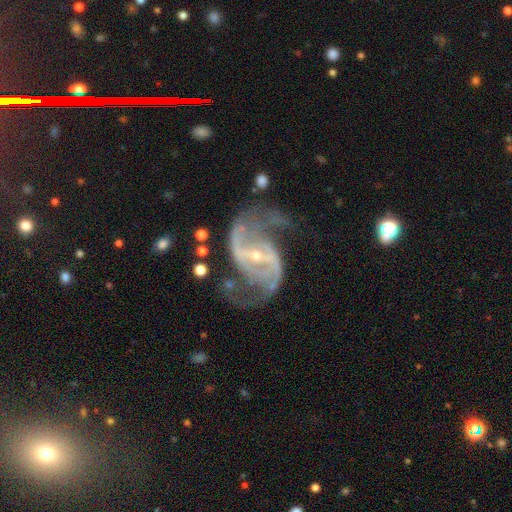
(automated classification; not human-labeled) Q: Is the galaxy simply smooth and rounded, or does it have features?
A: featured or disk — 92%.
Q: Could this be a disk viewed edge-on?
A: no — 97%.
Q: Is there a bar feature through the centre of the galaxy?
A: strong — 58%.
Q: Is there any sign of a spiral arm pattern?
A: yes — 97%.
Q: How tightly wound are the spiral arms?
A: medium — 48%.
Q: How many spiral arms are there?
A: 2 — 90%.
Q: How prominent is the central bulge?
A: small — 76%.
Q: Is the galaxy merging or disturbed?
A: none — 63%.